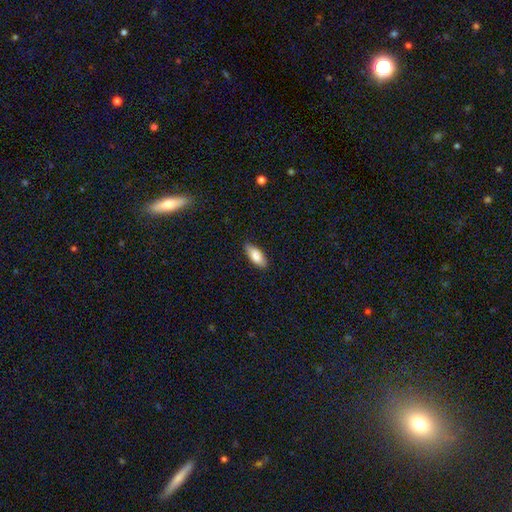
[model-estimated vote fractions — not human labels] The model was most divided on "how rounded": in between: 81%, cigar-shaped: 17%, round: 2%. More confident: merging — none (86%); smooth or featured — smooth (83%).